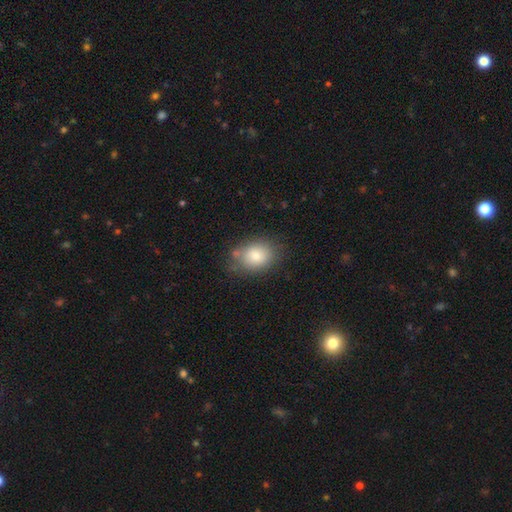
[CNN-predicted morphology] smooth-or-featured: smooth: 79% | featured or disk: 12% | star or artifact: 10%
  how-rounded: in between: 59% | round: 40% | cigar-shaped: 1%
  merging: none: 71% | minor disturbance: 19% | major disturbance: 6% | merger: 5%